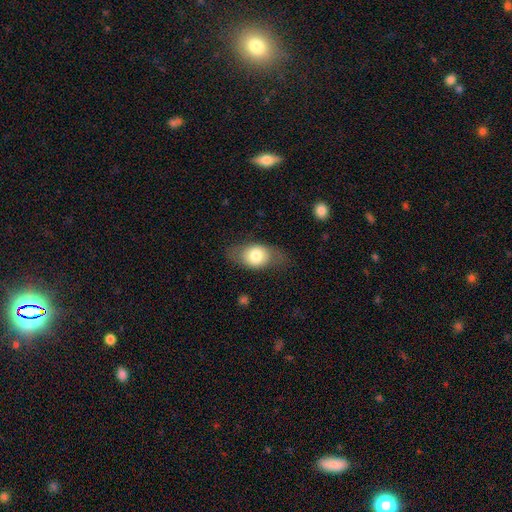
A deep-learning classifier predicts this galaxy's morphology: Q: Smooth or featured?
A: smooth (68%); runner-up: featured or disk (25%)
Q: How rounded?
A: in between (73%); runner-up: round (25%)
Q: Merging?
A: none (70%); runner-up: minor disturbance (19%)